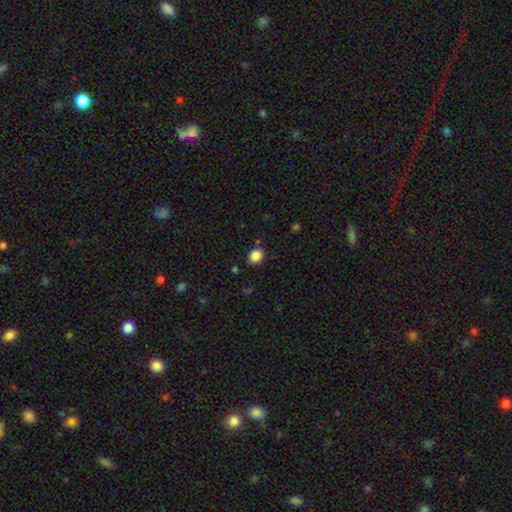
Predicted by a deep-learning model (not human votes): Smooth or featured? smooth (87%)
How rounded? round (60%)
Merging? none (87%)